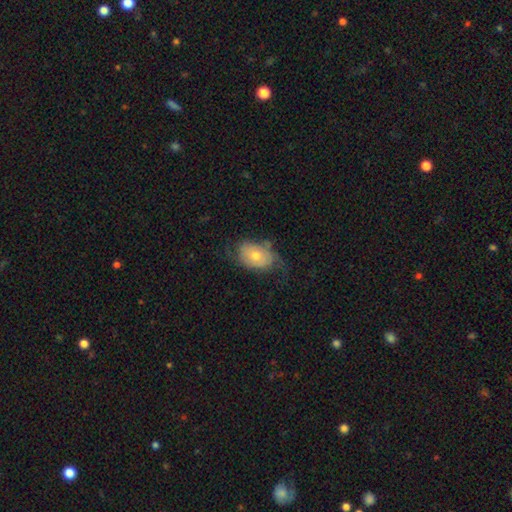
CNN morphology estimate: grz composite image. It shows a smooth galaxy with no disk features (54%) that is in between round and cigar-shaped (81%). Merging: none (42%).